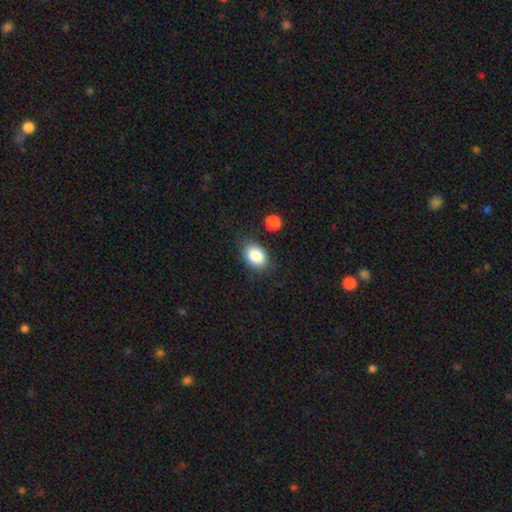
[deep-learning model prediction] This appears to be a smooth galaxy with no disk features (86%) that is in between round and cigar-shaped (80%). Merging: none (77%).